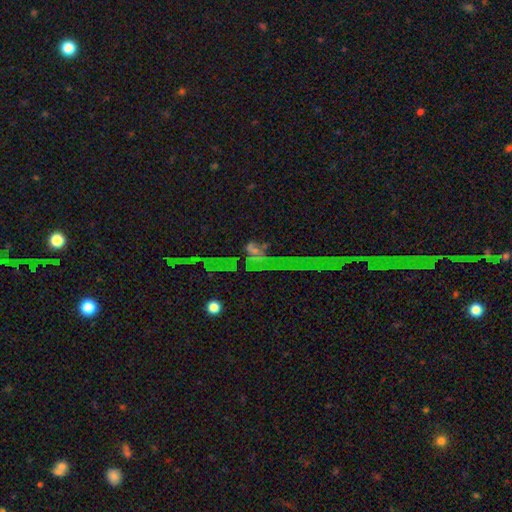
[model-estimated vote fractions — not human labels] A star or artifact, not a galaxy (53%).

Vote fractions:
- Smooth or featured? star or artifact: 53% / featured or disk: 26% / smooth: 21%